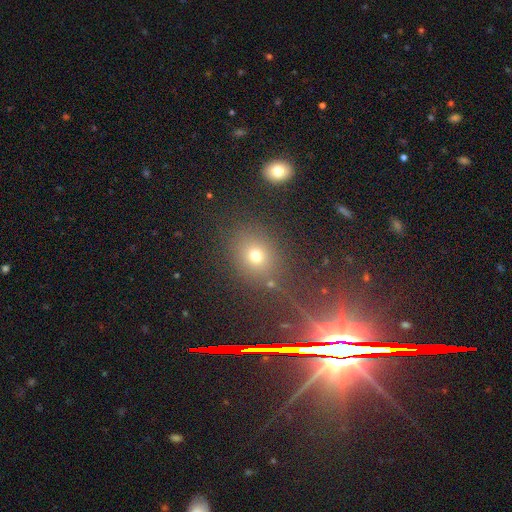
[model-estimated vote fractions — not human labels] smooth 66%, star or artifact 23%, featured or disk 11%. Down the decision tree: how rounded — round (68%); merging — none (74%).